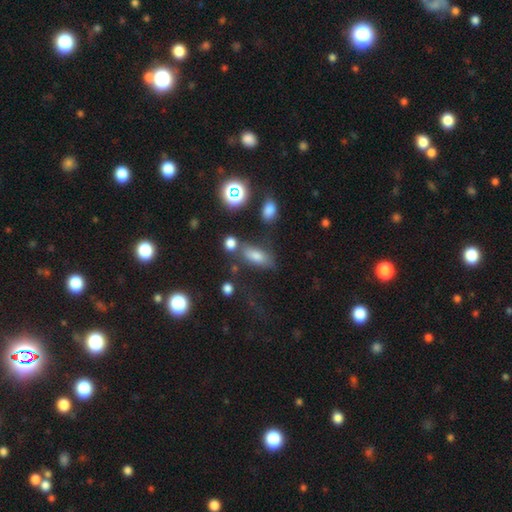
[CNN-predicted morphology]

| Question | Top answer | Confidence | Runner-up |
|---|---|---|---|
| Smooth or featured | smooth | 70% | star or artifact (16%) |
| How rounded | in between | 76% | cigar-shaped (17%) |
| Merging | none | 59% | minor disturbance (18%) |